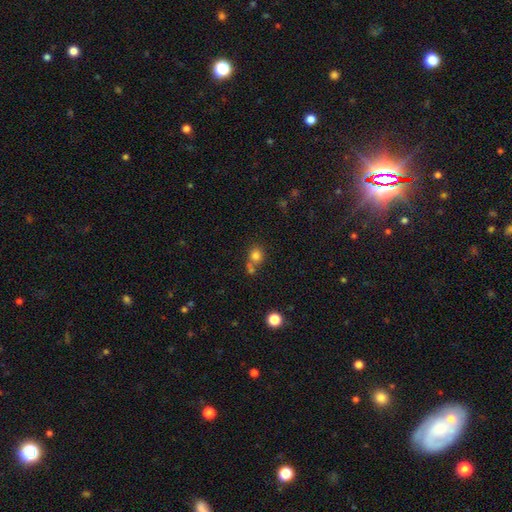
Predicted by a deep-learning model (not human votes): Smooth or featured? smooth (79%)
How rounded? round (83%)
Merging? none (54%)